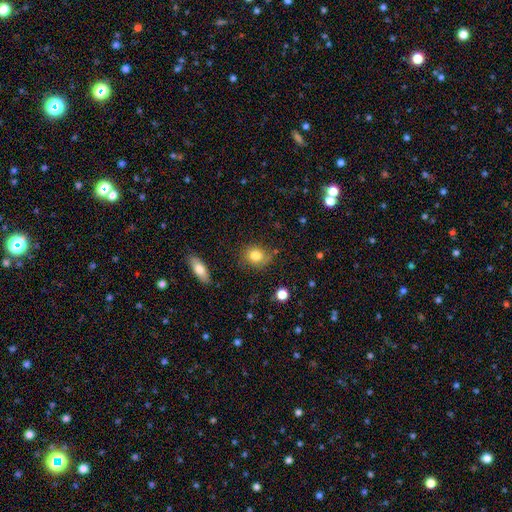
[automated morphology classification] A smooth galaxy with no disk features (81%) that is round (65%). Merging: none (73%).